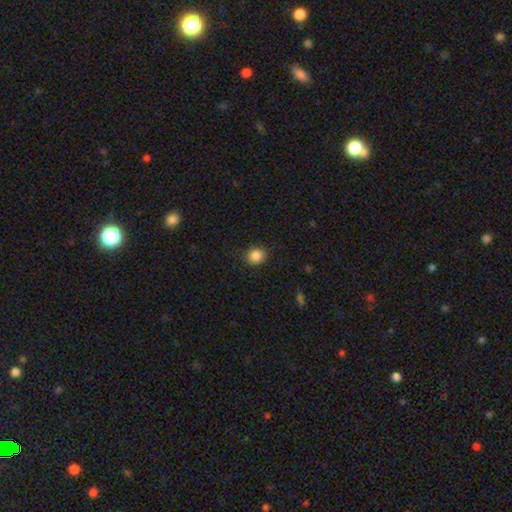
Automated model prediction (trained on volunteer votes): A smooth galaxy with no disk features (86%) that is round (77%).

Vote fractions:
- Smooth or featured? smooth: 86% / star or artifact: 10% / featured or disk: 4%
- How rounded? round: 77% / in between: 22% / cigar-shaped: 1%
- Merging? none: 86% / minor disturbance: 10% / major disturbance: 3% / merger: 1%